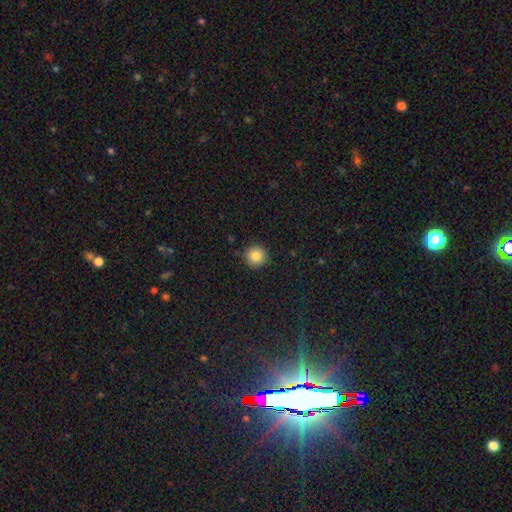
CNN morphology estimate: This appears to be a smooth galaxy with no disk features (85%) that is round (95%). Merging: none (90%).